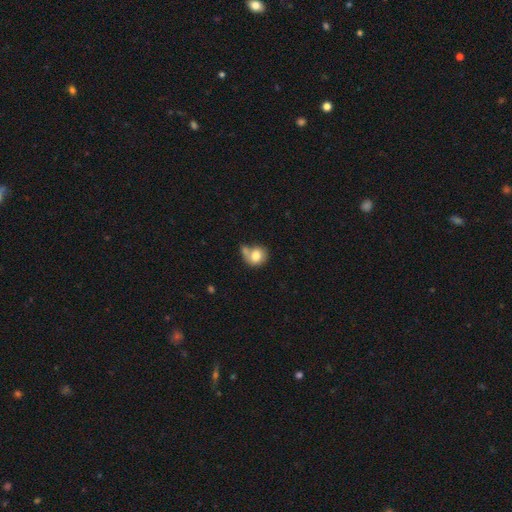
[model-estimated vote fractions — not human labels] Q: Smooth or featured?
A: smooth (77%); runner-up: featured or disk (15%)
Q: How rounded?
A: round (71%); runner-up: in between (28%)
Q: Merging?
A: none (37%); runner-up: merger (33%)